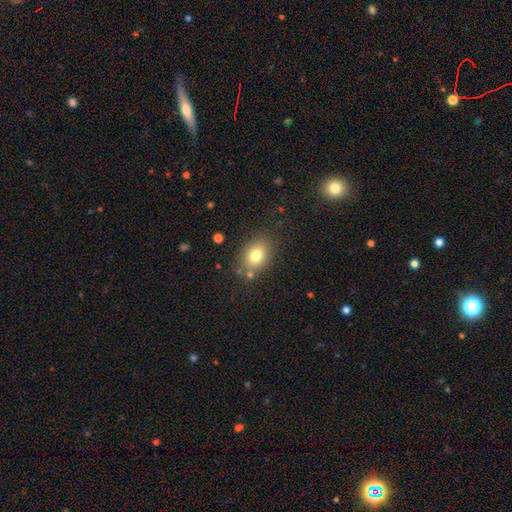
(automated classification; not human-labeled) smooth 77%, featured or disk 12%, star or artifact 11%. Down the decision tree: how rounded — in between (68%); merging — none (79%).